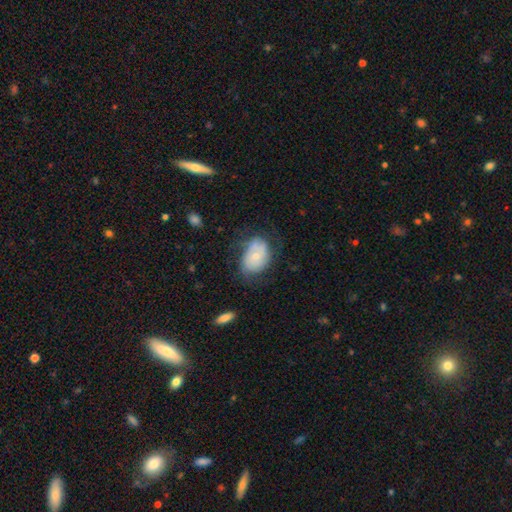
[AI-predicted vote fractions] smooth 56%, featured or disk 37%, star or artifact 8%. Down the decision tree: how rounded — in between (76%); merging — none (49%).